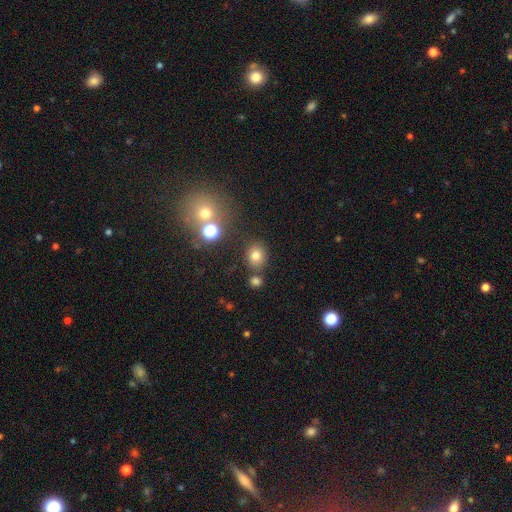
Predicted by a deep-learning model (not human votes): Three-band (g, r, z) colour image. It shows a smooth galaxy with no disk features (76%) that is round (67%). Merging: none (77%).